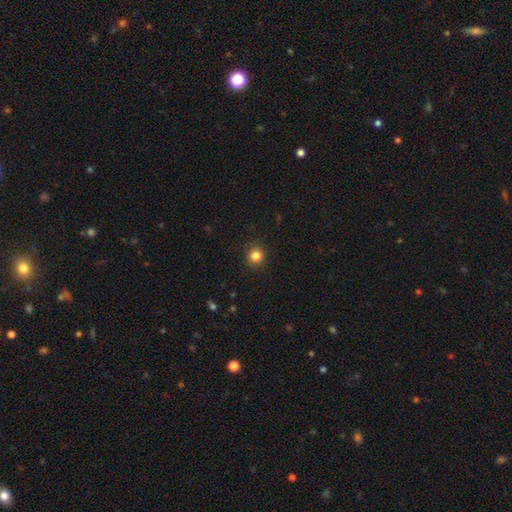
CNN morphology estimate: Smooth or featured?
  - smooth: 84% *
  - star or artifact: 12%
  - featured or disk: 4%
How rounded?
  - round: 92% *
  - in between: 8%
  - cigar-shaped: 1%
Merging?
  - none: 91% *
  - minor disturbance: 6%
  - major disturbance: 2%
  - merger: 1%